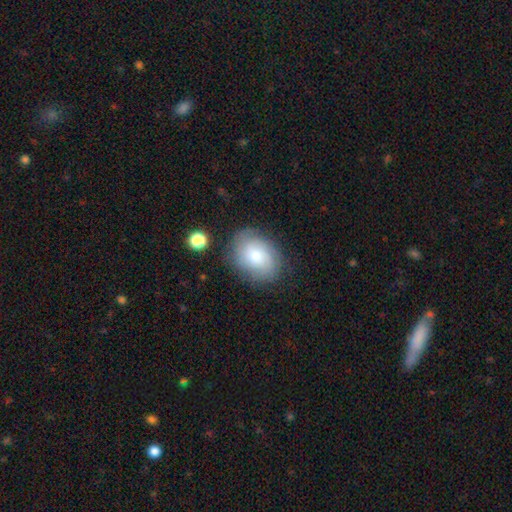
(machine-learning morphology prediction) Smooth or featured: smooth — 64% (featured or disk — 27%)
How rounded: in between — 61% (round — 38%)
Merging: none — 77% (minor disturbance — 16%)